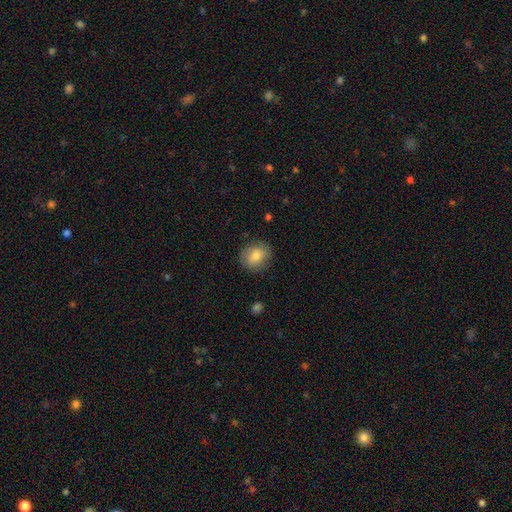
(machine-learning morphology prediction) Smooth or featured?
  - smooth: 78% *
  - featured or disk: 14%
  - star or artifact: 8%
How rounded?
  - round: 70% *
  - in between: 29%
  - cigar-shaped: 1%
Merging?
  - none: 84% *
  - minor disturbance: 12%
  - major disturbance: 3%
  - merger: 1%